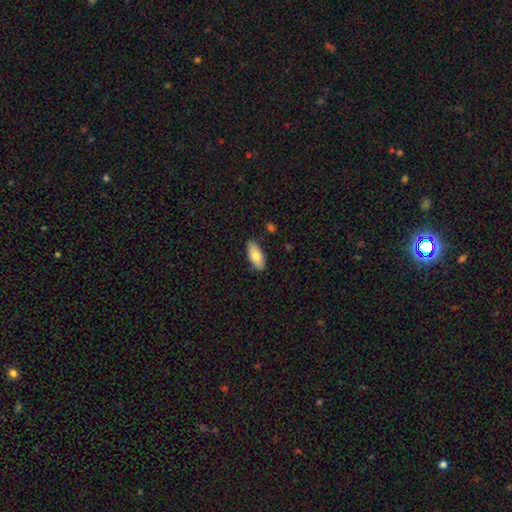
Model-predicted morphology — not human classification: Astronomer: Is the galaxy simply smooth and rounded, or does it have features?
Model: smooth — 79%.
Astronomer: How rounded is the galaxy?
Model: in between — 86%.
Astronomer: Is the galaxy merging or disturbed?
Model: none — 87%.